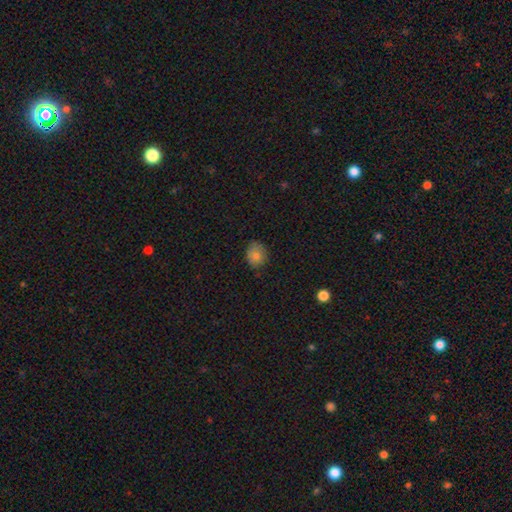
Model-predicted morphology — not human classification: type=smooth (78%); roundness=round (73%); merging=none (75%).